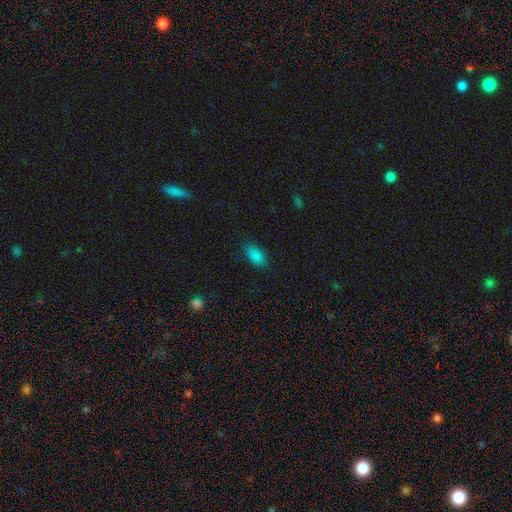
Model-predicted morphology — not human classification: Smooth or featured? Predicted: smooth (p=0.86). How rounded? Predicted: in between (p=0.90). Merging? Predicted: none (p=0.84).